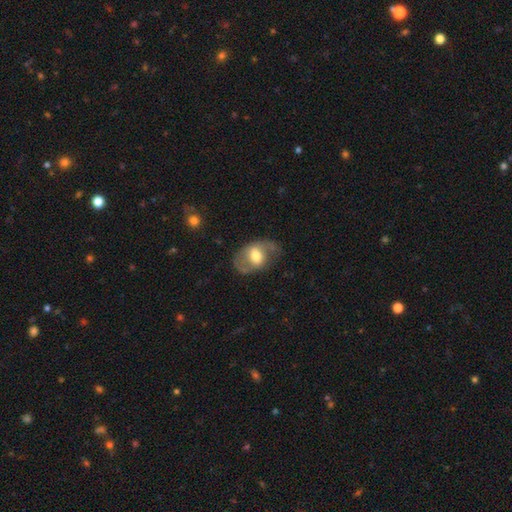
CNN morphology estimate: Smooth or featured? featured or disk (55%)
Edge-on disk? no (93%)
Bar? weak (41%)
Spiral arms? yes (59%)
Bulge size? moderate (65%)
Merging? none (60%)